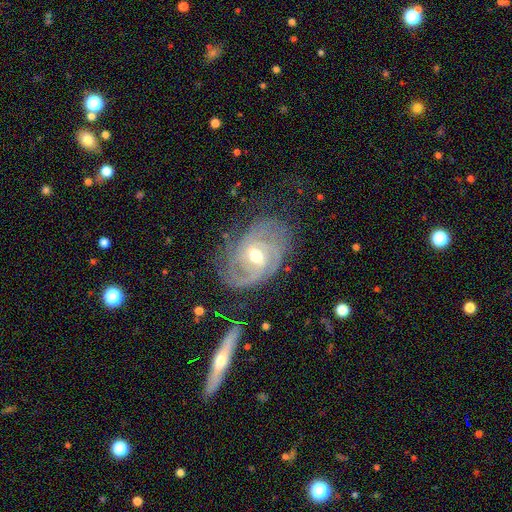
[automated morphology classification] Smooth or featured? featured or disk (86%)
Edge-on disk? no (95%)
Bar? weak (43%)
Spiral arms? yes (95%)
Spiral winding? tight (64%)
Spiral arm count? 2 (35%)
Bulge size? moderate (68%)
Merging? none (66%)